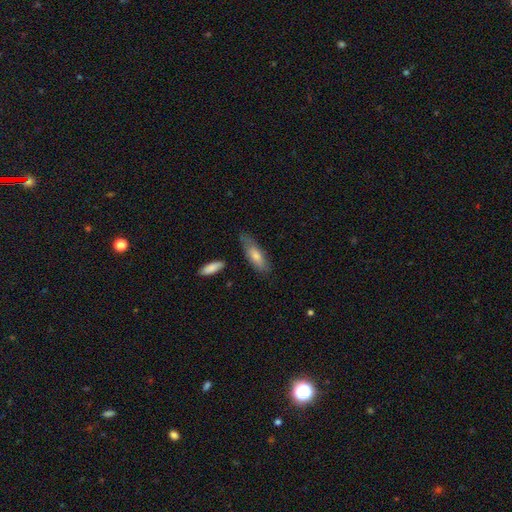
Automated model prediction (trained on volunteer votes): Smooth or featured? Predicted: smooth (p=0.66). How rounded? Predicted: in between (p=0.53). Merging? Predicted: none (p=0.66).